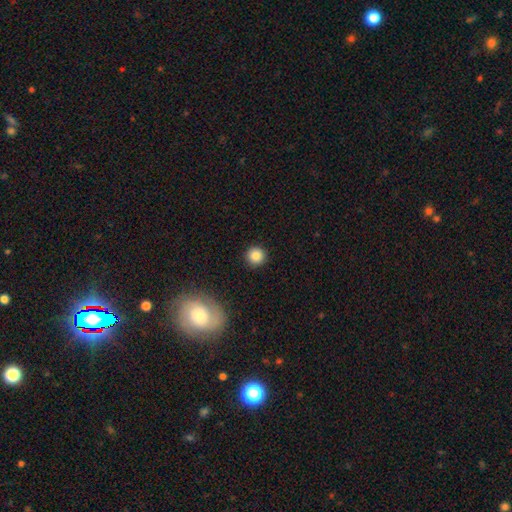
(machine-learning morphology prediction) Smooth or featured: smooth — 85% (star or artifact — 10%)
How rounded: round — 95% (in between — 4%)
Merging: none — 92% (minor disturbance — 5%)